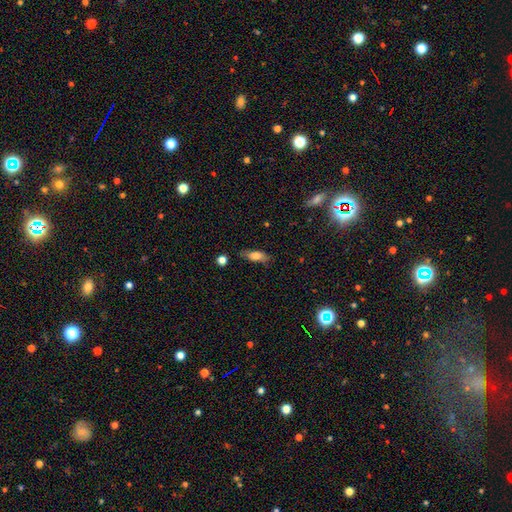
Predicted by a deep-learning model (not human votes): Morphology: type=smooth (73%); roundness=in between (69%); merging=none (79%).